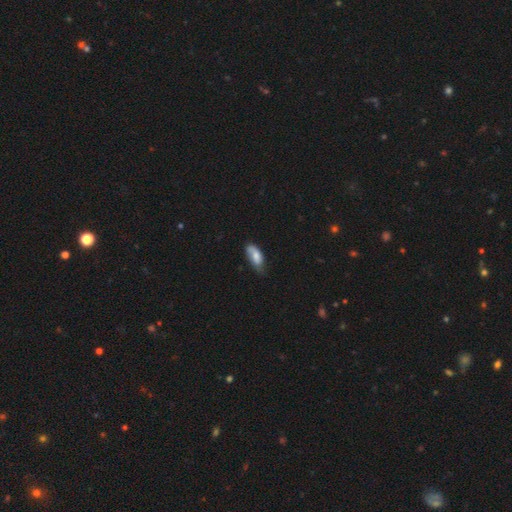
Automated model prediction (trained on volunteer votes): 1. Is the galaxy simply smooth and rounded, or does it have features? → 66% smooth, 27% featured or disk, 7% star or artifact.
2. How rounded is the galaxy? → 86% in between, 11% cigar-shaped, 3% round.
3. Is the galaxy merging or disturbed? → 53% none, 35% minor disturbance, 10% major disturbance, 3% merger.